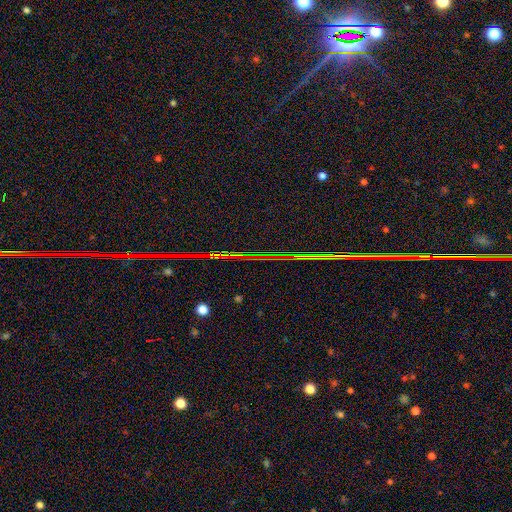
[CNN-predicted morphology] Overall: star or artifact (80%).